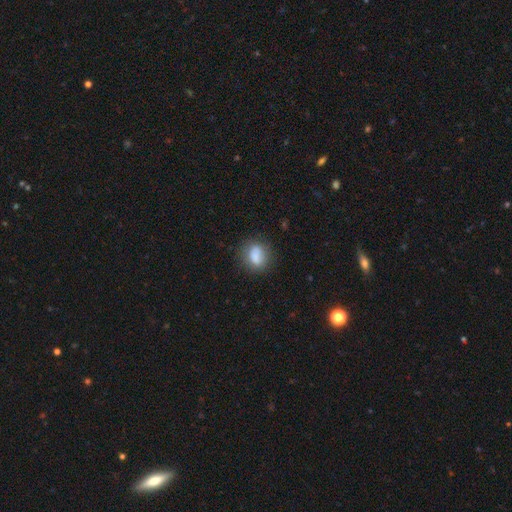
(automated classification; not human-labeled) This appears to be a smooth galaxy with no disk features (80%) that is in between round and cigar-shaped (52%). Merging: none (69%).